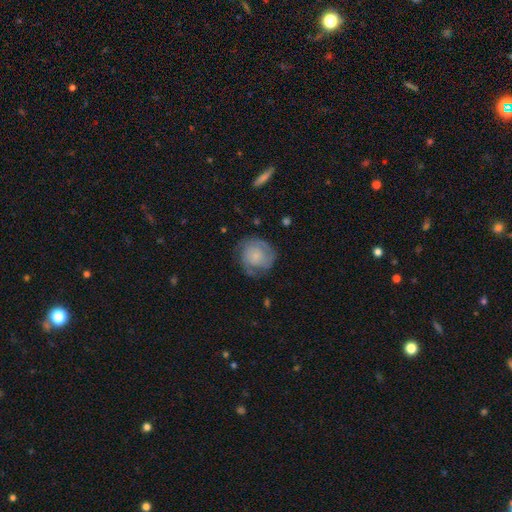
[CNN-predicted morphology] Smooth or featured? smooth (48%)
Merging? none (64%)